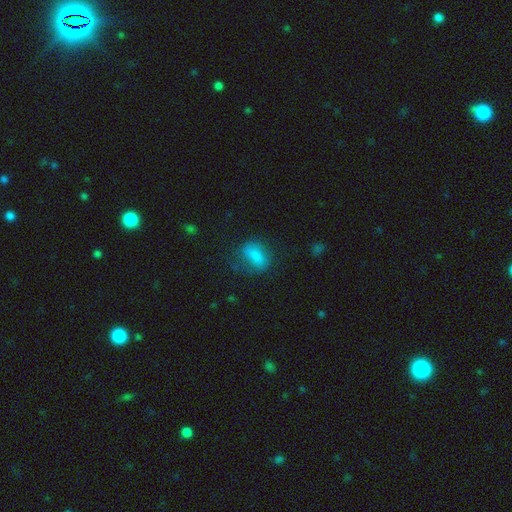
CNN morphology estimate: This is likely a smooth galaxy (69%). How rounded: likely in between (73%). Merging: possibly none (57%).